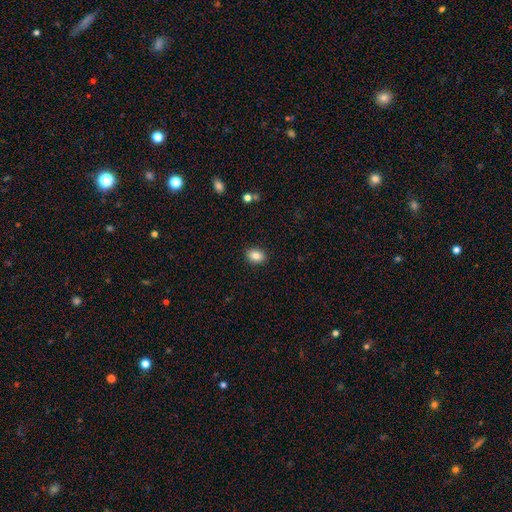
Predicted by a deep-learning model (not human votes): smooth_or_featured: smooth (p=0.84) [alt: star or artifact p=0.09]
how_rounded: in between (p=0.60) [alt: round p=0.39]
merging: none (p=0.89) [alt: minor disturbance p=0.08]